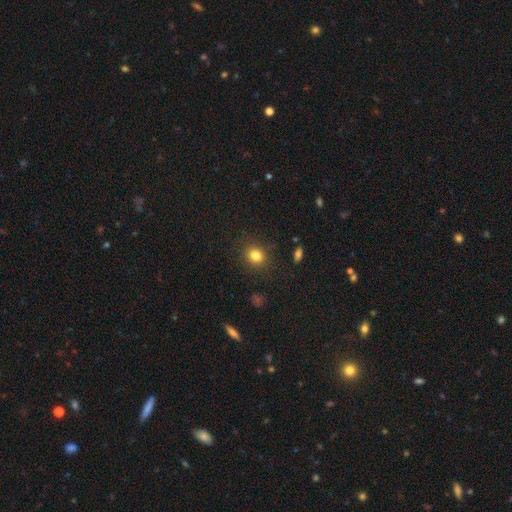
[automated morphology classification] Smooth or featured? Predicted: smooth (p=0.82). How rounded? Predicted: round (p=0.67). Merging? Predicted: none (p=0.86).